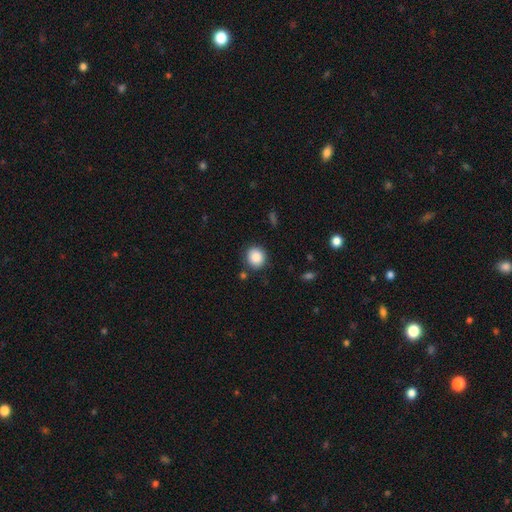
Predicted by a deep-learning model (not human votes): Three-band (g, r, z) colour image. It shows a smooth galaxy with no disk features (87%) that is round (83%). Merging: none (85%).